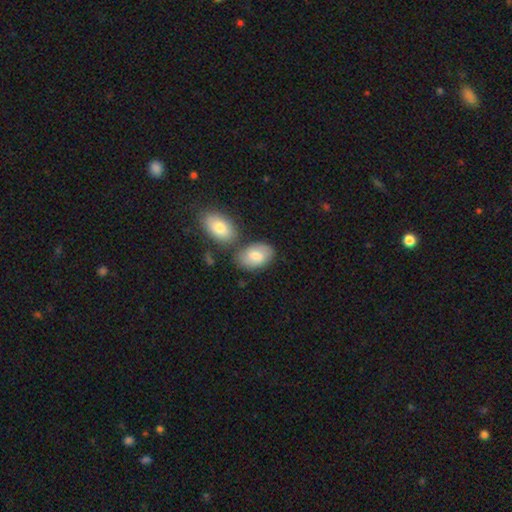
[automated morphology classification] smooth-or-featured: smooth: 69% | featured or disk: 25% | star or artifact: 7%
  how-rounded: in between: 89% | round: 9% | cigar-shaped: 1%
  merging: none: 59% | merger: 21% | minor disturbance: 15% | major disturbance: 4%